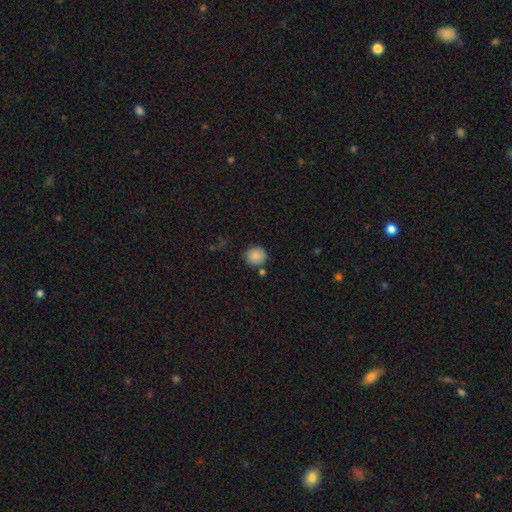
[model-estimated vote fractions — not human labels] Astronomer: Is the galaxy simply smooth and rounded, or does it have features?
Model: smooth — 86%.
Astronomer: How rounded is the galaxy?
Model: round — 85%.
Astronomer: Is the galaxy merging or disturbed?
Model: none — 80%.